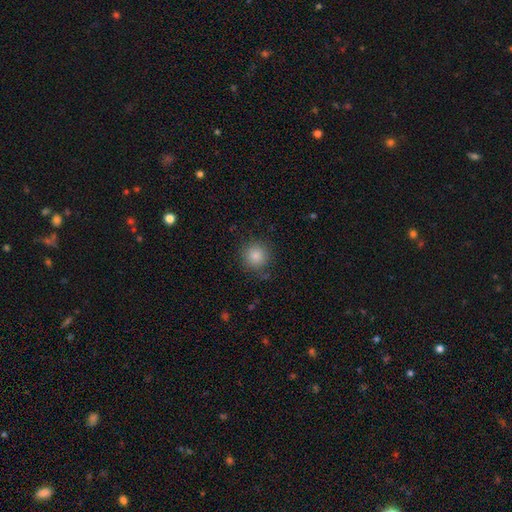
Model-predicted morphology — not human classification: Smooth or featured: smooth — 84% (star or artifact — 10%)
How rounded: round — 94% (in between — 5%)
Merging: none — 83% (minor disturbance — 11%)